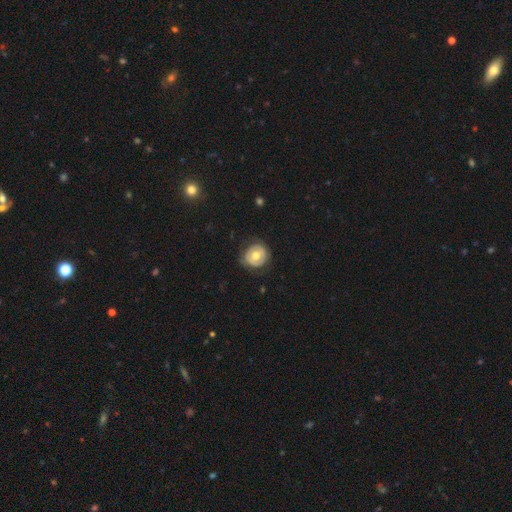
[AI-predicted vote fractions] Q: Smooth or featured?
A: smooth (48%); runner-up: featured or disk (45%)
Q: Merging?
A: none (74%); runner-up: minor disturbance (19%)